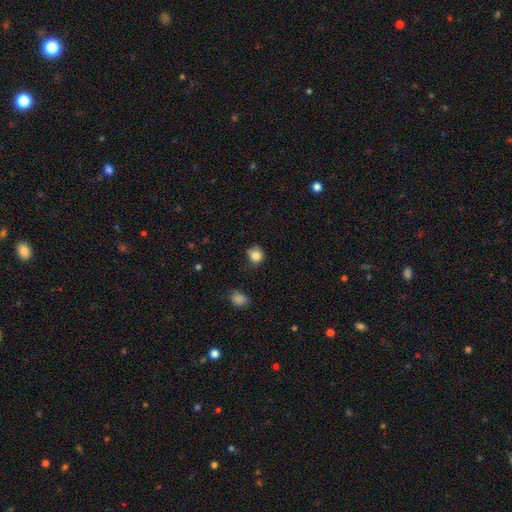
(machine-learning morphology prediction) Smooth or featured? smooth (82%)
How rounded? round (79%)
Merging? none (61%)